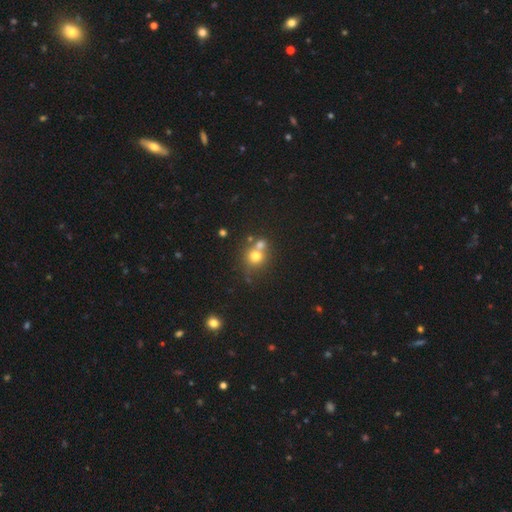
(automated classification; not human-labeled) smooth 72%, star or artifact 15%, featured or disk 13%. Down the decision tree: how rounded — round (85%); merging — none (47%).